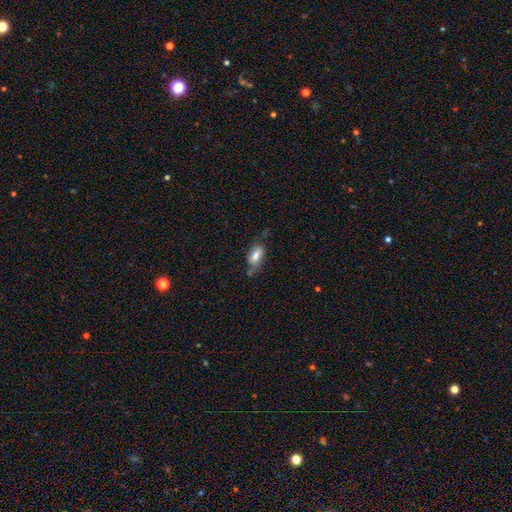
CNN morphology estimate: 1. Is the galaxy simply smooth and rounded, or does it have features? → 72% smooth, 20% featured or disk, 8% star or artifact.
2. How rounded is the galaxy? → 86% in between, 11% cigar-shaped, 4% round.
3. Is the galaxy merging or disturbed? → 48% none, 34% minor disturbance, 12% major disturbance, 6% merger.